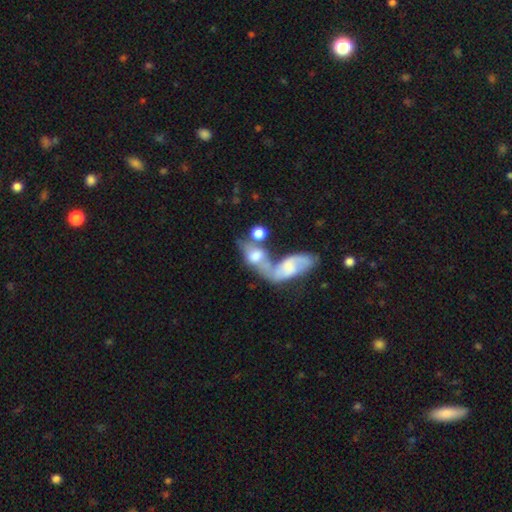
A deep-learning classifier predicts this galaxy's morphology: smooth-or-featured: smooth: 47% | featured or disk: 44% | star or artifact: 9%
  merging: merger: 64% | none: 17% | major disturbance: 11% | minor disturbance: 9%